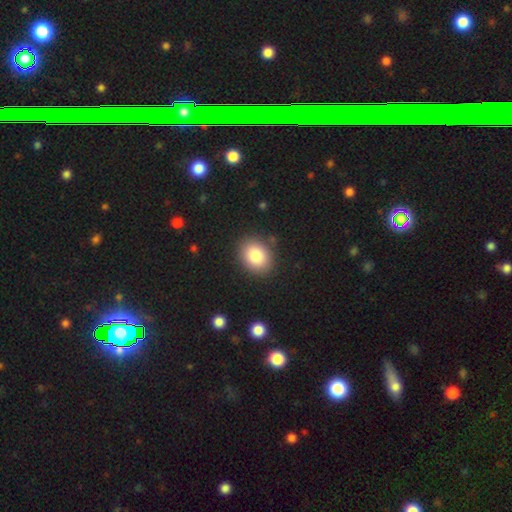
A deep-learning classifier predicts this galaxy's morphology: Smooth or featured?
  - smooth: 84% *
  - star or artifact: 9%
  - featured or disk: 8%
How rounded?
  - in between: 52% *
  - round: 48%
  - cigar-shaped: 1%
Merging?
  - none: 87% *
  - minor disturbance: 9%
  - major disturbance: 3%
  - merger: 2%